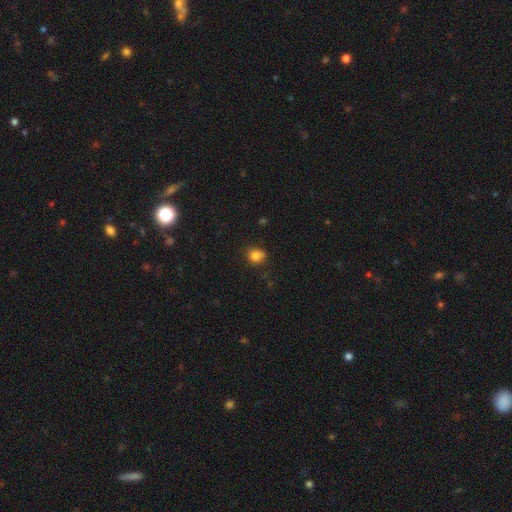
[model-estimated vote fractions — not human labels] smooth 83%, star or artifact 12%, featured or disk 5%. Down the decision tree: how rounded — round (80%); merging — none (78%).